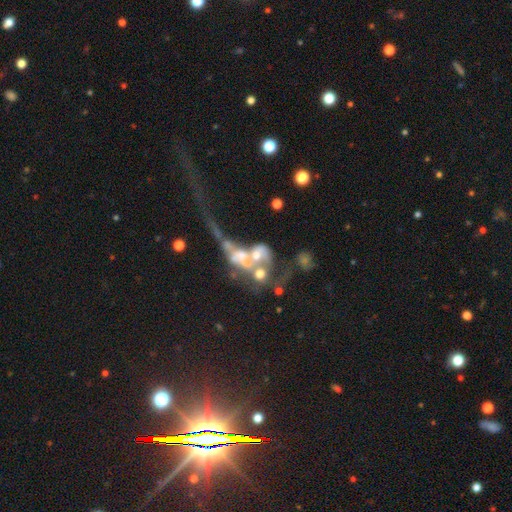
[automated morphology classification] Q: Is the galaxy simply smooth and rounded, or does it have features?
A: featured or disk — 62%.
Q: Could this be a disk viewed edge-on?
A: no — 92%.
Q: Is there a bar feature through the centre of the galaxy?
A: no — 81%.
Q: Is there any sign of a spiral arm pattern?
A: no — 77%.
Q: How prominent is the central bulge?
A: moderate — 34%.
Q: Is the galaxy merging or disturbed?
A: merger — 61%.